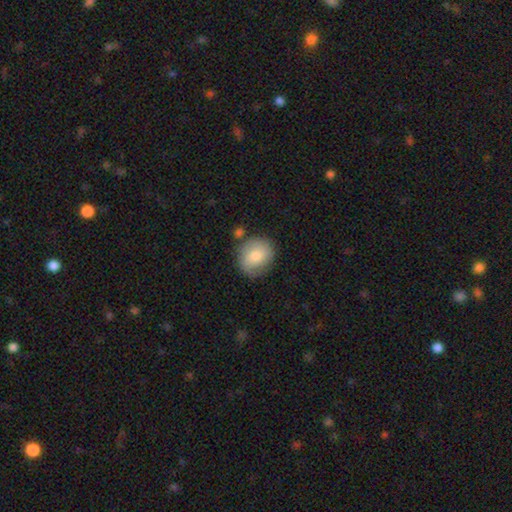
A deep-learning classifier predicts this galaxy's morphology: smooth-or-featured: smooth: 68% | featured or disk: 25% | star or artifact: 7%
  how-rounded: round: 77% | in between: 22% | cigar-shaped: 1%
  merging: none: 71% | minor disturbance: 19% | major disturbance: 5% | merger: 5%